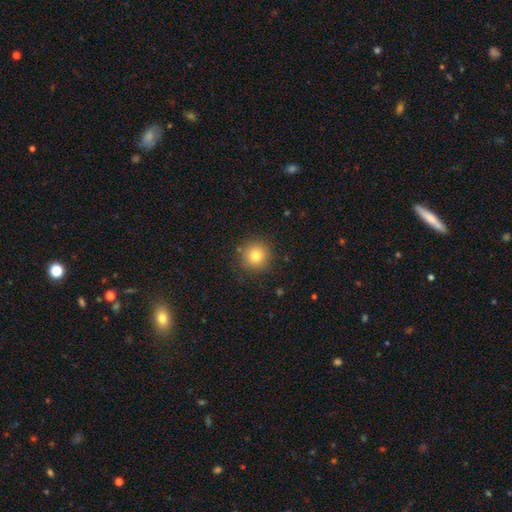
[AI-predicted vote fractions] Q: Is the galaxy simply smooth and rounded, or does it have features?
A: smooth — 79%.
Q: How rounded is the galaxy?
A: round — 95%.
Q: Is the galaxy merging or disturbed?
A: none — 88%.